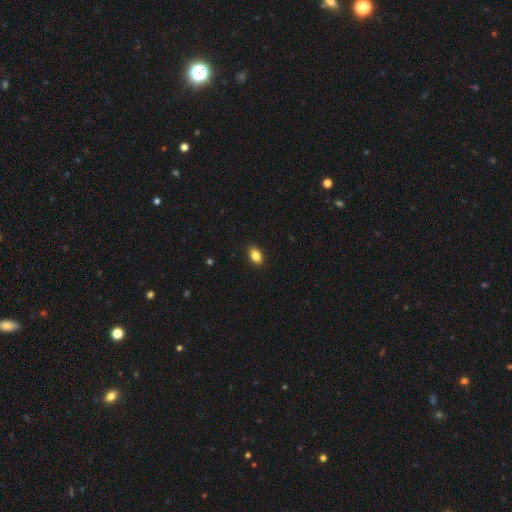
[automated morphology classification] This is clearly a smooth galaxy (86%). How rounded: clearly in between (86%). Merging: clearly none (90%).